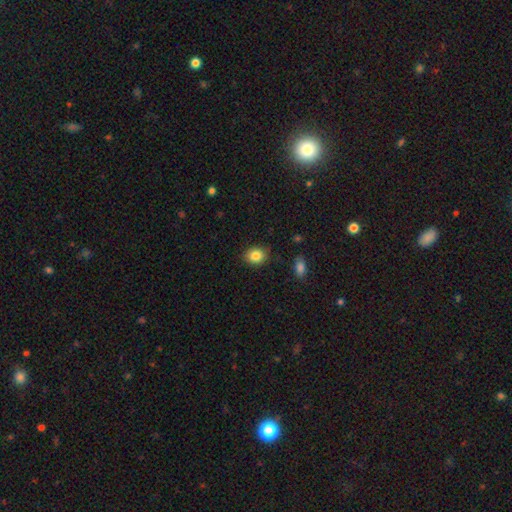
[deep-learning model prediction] Overall: smooth (85%). How rounded: round (61%; in between 38%). Merging: none (85%).